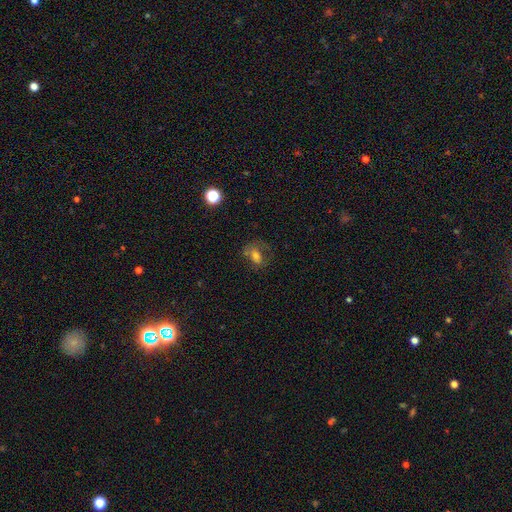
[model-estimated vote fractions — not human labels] Smooth or featured: smooth — 57% (featured or disk — 30%)
How rounded: in between — 64% (round — 34%)
Merging: none — 46% (minor disturbance — 23%)